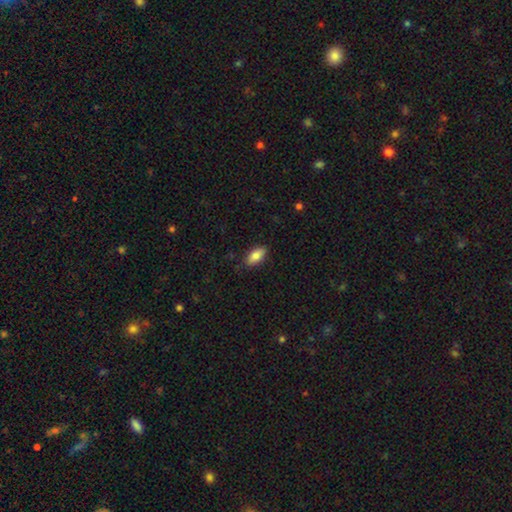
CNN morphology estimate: Q: Smooth or featured?
A: smooth (82%); runner-up: featured or disk (11%)
Q: How rounded?
A: in between (90%); runner-up: cigar-shaped (8%)
Q: Merging?
A: none (84%); runner-up: minor disturbance (13%)